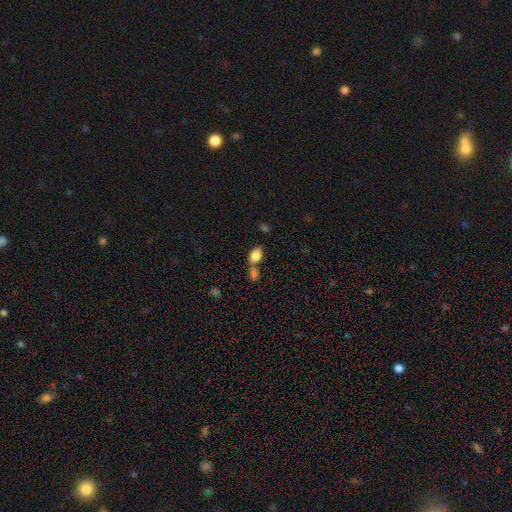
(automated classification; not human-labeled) A smooth galaxy with no disk features (85%) that is in between round and cigar-shaped (87%).

Vote fractions:
- Smooth or featured? smooth: 85% / star or artifact: 9% / featured or disk: 6%
- How rounded? in between: 87% / round: 12% / cigar-shaped: 2%
- Merging? none: 44% / merger: 43% / minor disturbance: 10% / major disturbance: 4%